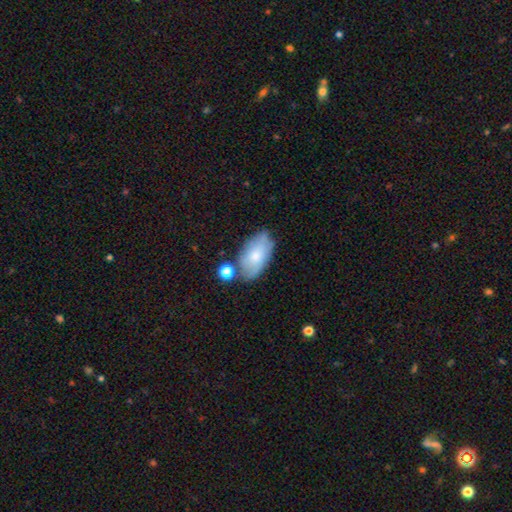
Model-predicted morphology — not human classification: Q: Smooth or featured?
A: smooth (66%); runner-up: featured or disk (27%)
Q: How rounded?
A: in between (93%); runner-up: round (4%)
Q: Merging?
A: none (60%); runner-up: minor disturbance (23%)